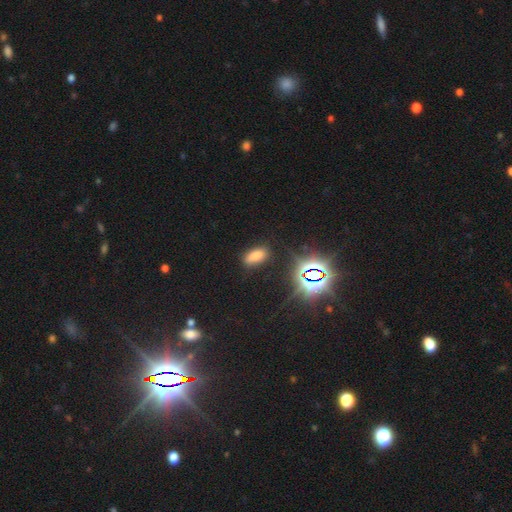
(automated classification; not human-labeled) Q: Smooth or featured?
A: smooth (66%); runner-up: star or artifact (28%)
Q: How rounded?
A: in between (88%); runner-up: cigar-shaped (7%)
Q: Merging?
A: none (80%); runner-up: minor disturbance (13%)